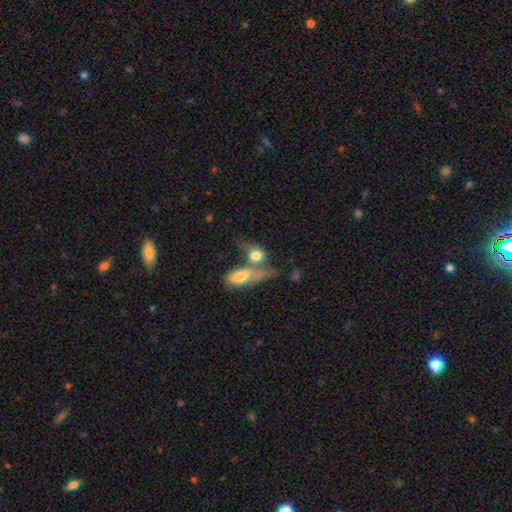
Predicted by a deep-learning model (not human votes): smooth_or_featured: smooth (p=0.71) [alt: featured or disk p=0.21]
how_rounded: in between (p=0.57) [alt: round p=0.36]
merging: merger (p=0.65) [alt: none p=0.18]